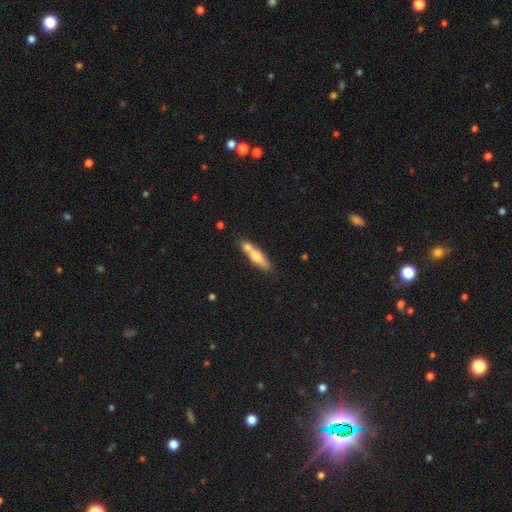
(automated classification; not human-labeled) This is possibly a smooth galaxy (57%). How rounded: likely cigar-shaped (66%). Merging: marginally none (45%).